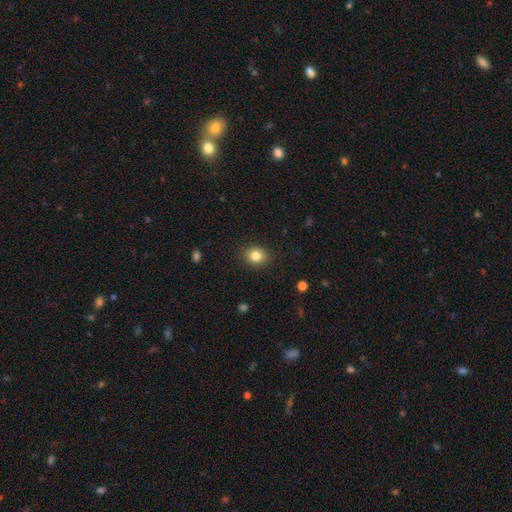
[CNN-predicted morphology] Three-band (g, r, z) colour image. It shows a smooth galaxy with no disk features (83%) that is round (63%). Merging: none (89%).